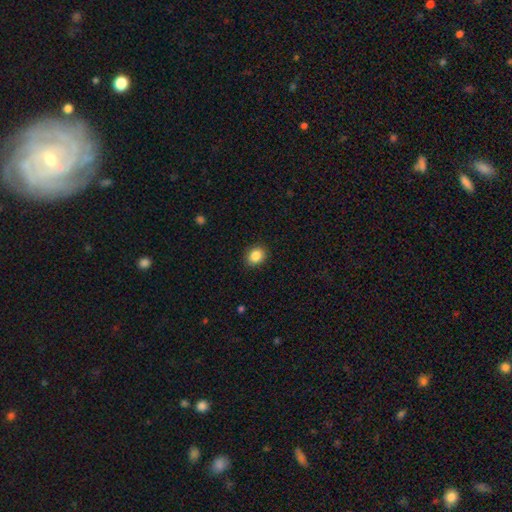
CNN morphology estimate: This is clearly a smooth galaxy (86%). How rounded: possibly round (56%). Merging: clearly none (90%).